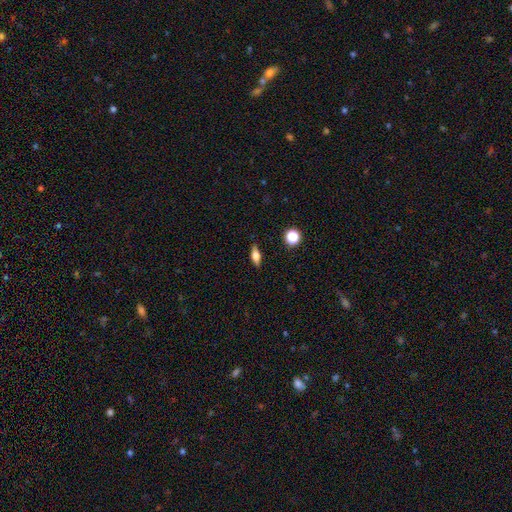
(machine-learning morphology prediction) Smooth or featured? Predicted: smooth (p=0.62). How rounded? Predicted: in between (p=0.67). Merging? Predicted: none (p=0.87).